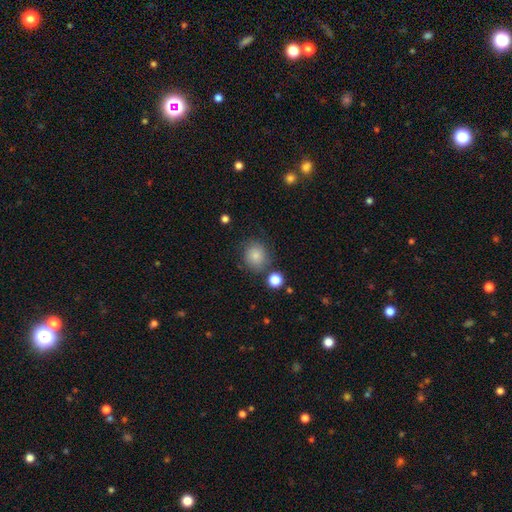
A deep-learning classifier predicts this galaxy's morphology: Smooth or featured? smooth (82%)
How rounded? round (82%)
Merging? none (75%)